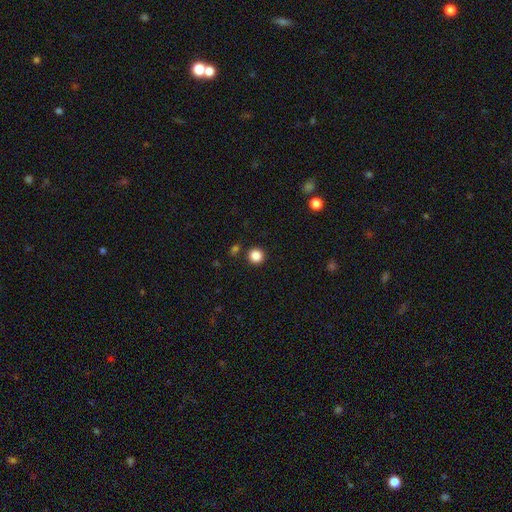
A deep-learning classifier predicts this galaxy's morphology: A smooth galaxy with no disk features (86%) that is round (95%). Merging: none (90%).